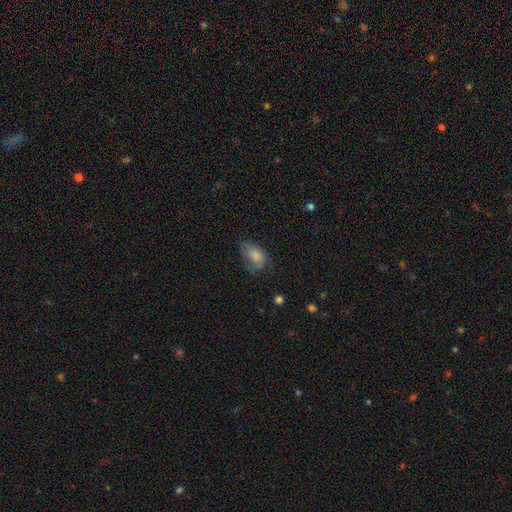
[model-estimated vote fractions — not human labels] This is likely a smooth galaxy (76%). How rounded: clearly in between (88%). Merging: marginally none (45%).